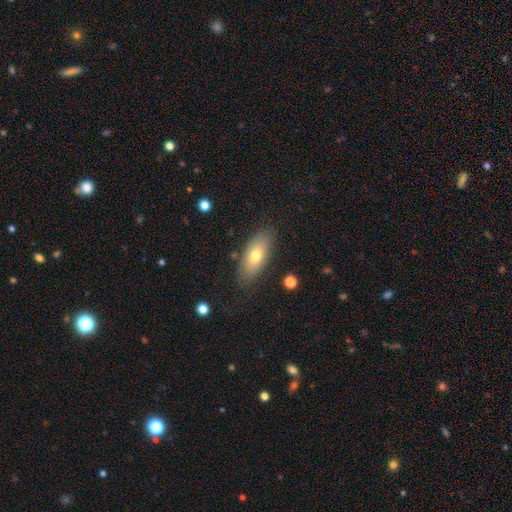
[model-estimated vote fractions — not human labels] smooth-or-featured: smooth: 67% | featured or disk: 26% | star or artifact: 8%
  how-rounded: in between: 82% | cigar-shaped: 14% | round: 4%
  merging: none: 82% | minor disturbance: 13% | major disturbance: 4% | merger: 2%